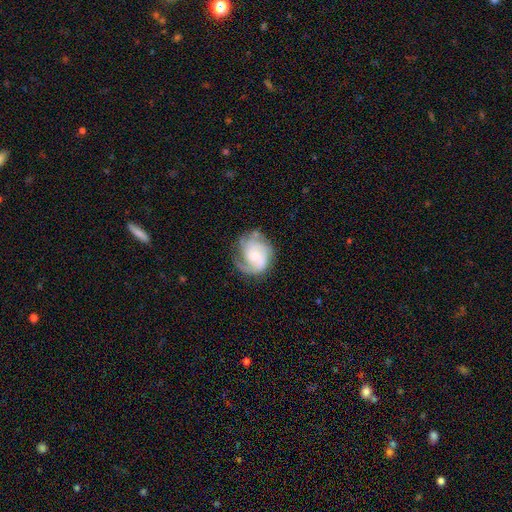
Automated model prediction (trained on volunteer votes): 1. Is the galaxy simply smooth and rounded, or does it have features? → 78% featured or disk, 16% smooth, 6% star or artifact.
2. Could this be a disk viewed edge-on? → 98% no, 2% yes.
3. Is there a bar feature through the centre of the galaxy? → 73% no, 24% weak, 4% strong.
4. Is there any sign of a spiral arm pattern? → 93% yes, 7% no.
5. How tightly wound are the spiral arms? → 50% tight, 37% medium, 13% loose.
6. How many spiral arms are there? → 28% 2, 25% can't tell, 25% 3, 11% 1, 6% 4, 5% more than 4.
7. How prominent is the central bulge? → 43% small, 42% moderate, 8% large, 6% none, 2% dominant.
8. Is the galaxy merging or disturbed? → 62% none, 22% minor disturbance, 14% major disturbance, 2% merger.